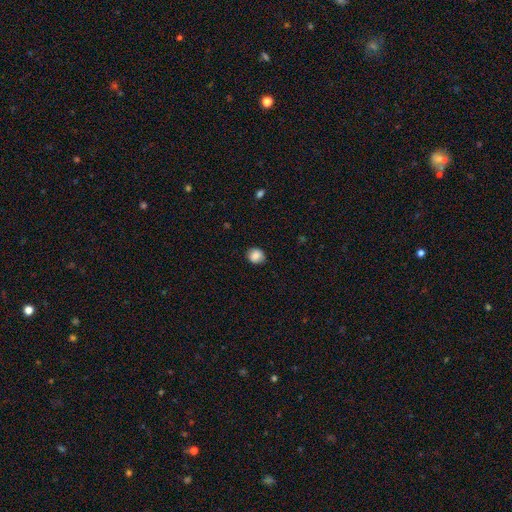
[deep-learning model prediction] Morphology: type=smooth (87%); roundness=round (80%); merging=none (86%).